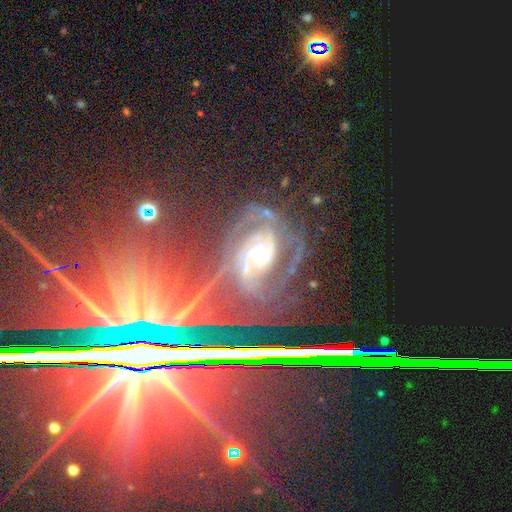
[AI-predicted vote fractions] The model was most divided on "spiral winding": tight: 54%, medium: 36%, loose: 10%. Remaining: edge-on disk — no (96%); spiral arms — yes (95%); smooth or featured — featured or disk (74%); bar — no (59%); bulge size — small (57%); merging — none (56%); spiral arm count — 2 (40%).